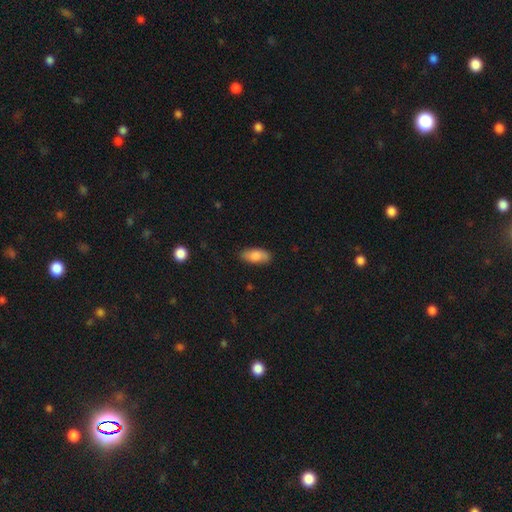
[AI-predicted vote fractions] Morphology: type=smooth (83%); roundness=in between (88%); merging=none (84%).